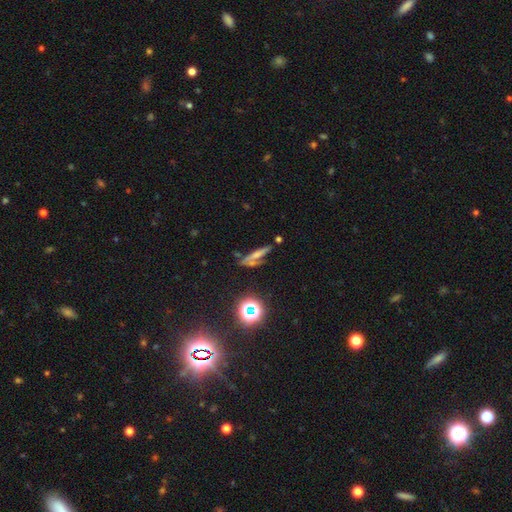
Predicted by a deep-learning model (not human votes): Morphology: type=smooth (51%); roundness=cigar-shaped (73%); merging=none (53%).